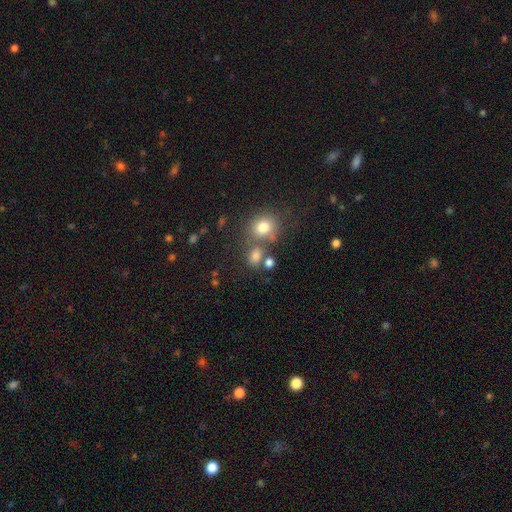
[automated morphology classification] Smooth or featured? smooth (75%)
How rounded? in between (50%)
Merging? none (55%)